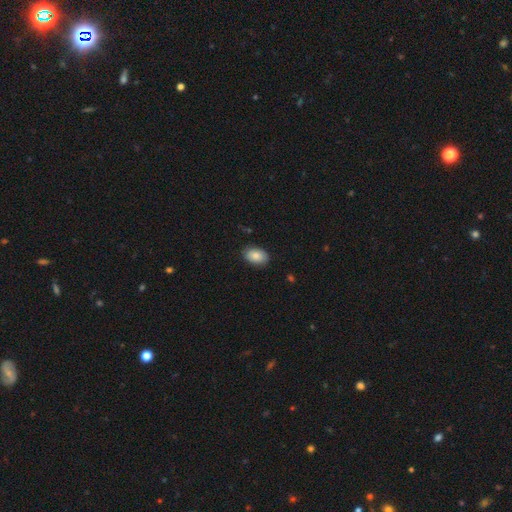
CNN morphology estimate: The model was most divided on "merging": none: 85%, minor disturbance: 11%, major disturbance: 2%, merger: 1%. More confident: how rounded — in between (89%); smooth or featured — smooth (84%).